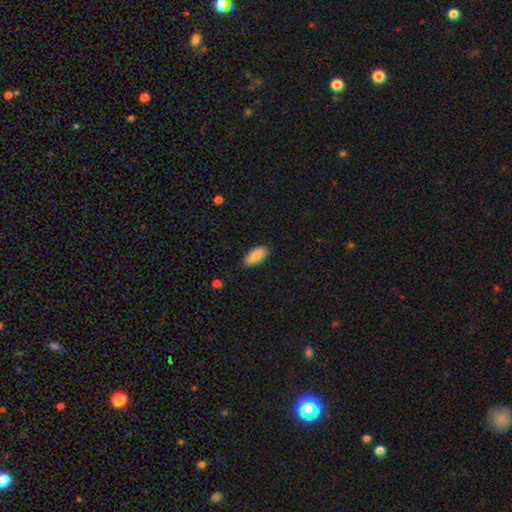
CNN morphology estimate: Smooth or featured: smooth — 87% (featured or disk — 7%)
How rounded: in between — 90% (cigar-shaped — 8%)
Merging: none — 88% (minor disturbance — 10%)